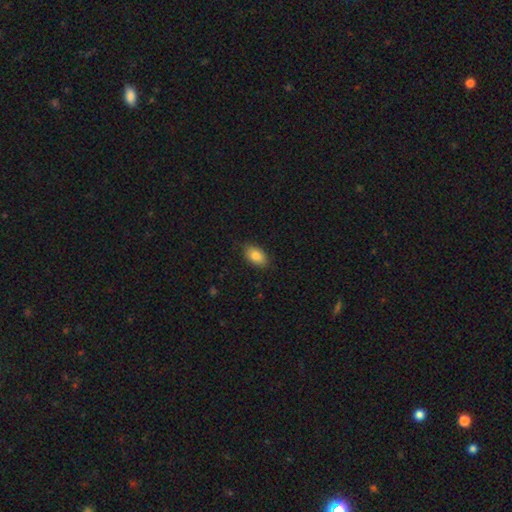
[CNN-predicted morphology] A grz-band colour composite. It shows a smooth galaxy with no disk features (85%) that is in between round and cigar-shaped (91%). Merging: none (85%).